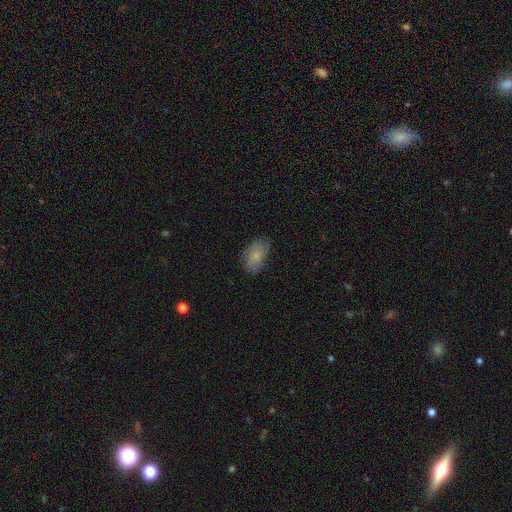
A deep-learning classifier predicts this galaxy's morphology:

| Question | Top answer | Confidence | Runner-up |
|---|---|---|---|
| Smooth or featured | smooth | 70% | featured or disk (22%) |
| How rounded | in between | 91% | round (7%) |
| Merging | none | 71% | minor disturbance (22%) |